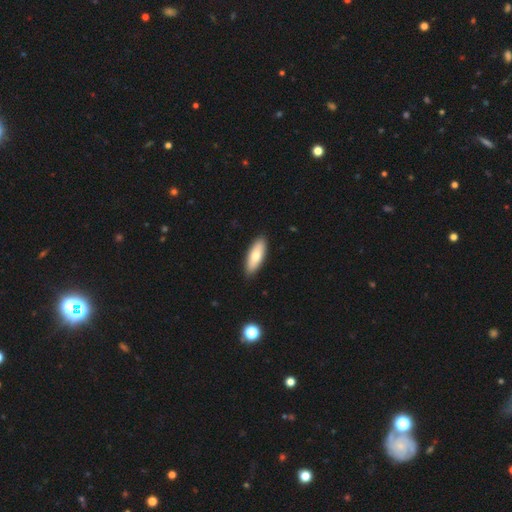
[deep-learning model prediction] Overall: smooth (74%). How rounded: in between (67%; cigar-shaped 31%). Merging: none (89%).